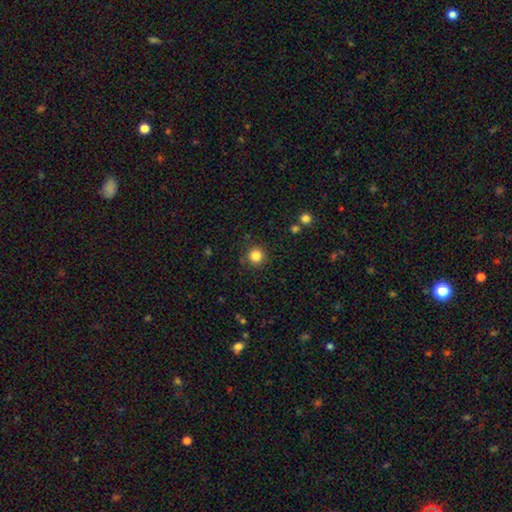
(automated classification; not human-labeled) Smooth or featured?
  - smooth: 84% *
  - star or artifact: 12%
  - featured or disk: 4%
How rounded?
  - round: 95% *
  - in between: 4%
  - cigar-shaped: 1%
Merging?
  - none: 89% *
  - minor disturbance: 7%
  - major disturbance: 2%
  - merger: 2%